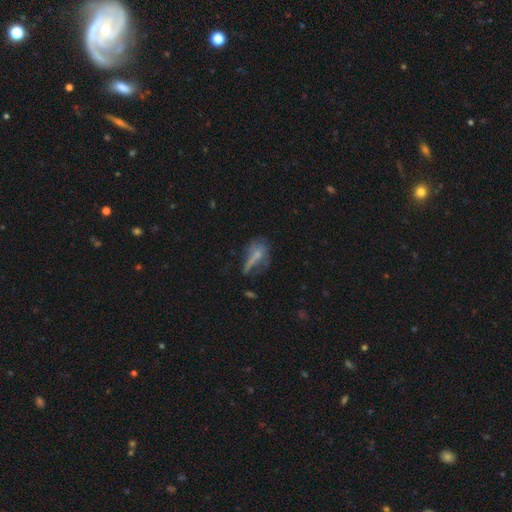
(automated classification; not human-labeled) Smooth or featured?
  - smooth: 49% *
  - featured or disk: 35%
  - star or artifact: 15%
Merging?
  - major disturbance: 34% * (tied)
  - none: 34% * (tied)
  - minor disturbance: 24%
  - merger: 8%